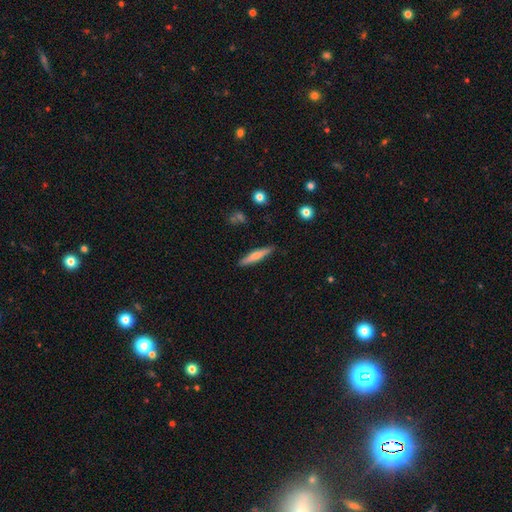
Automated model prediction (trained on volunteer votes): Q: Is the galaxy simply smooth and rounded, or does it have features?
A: smooth — 59%.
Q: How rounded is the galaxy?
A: cigar-shaped — 88%.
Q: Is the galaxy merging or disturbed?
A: none — 88%.